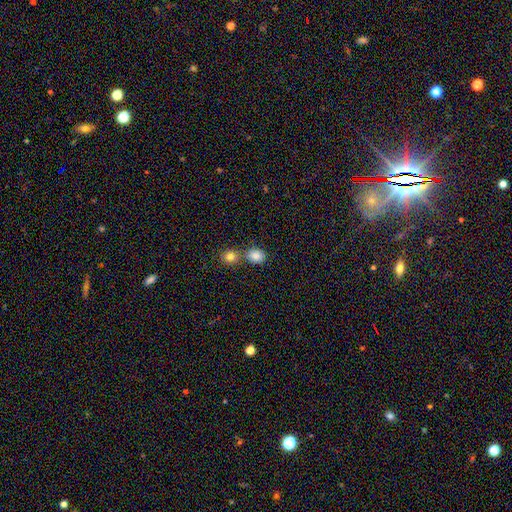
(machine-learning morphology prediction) Smooth or featured? smooth (84%)
How rounded? round (50%)
Merging? none (58%)